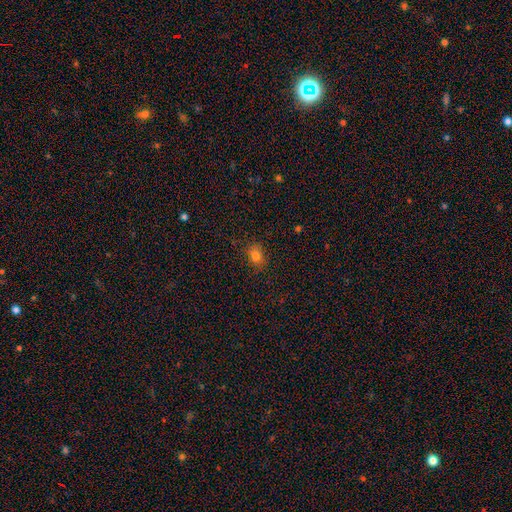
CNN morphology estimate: Smooth or featured? smooth (79%)
How rounded? in between (56%)
Merging? none (84%)